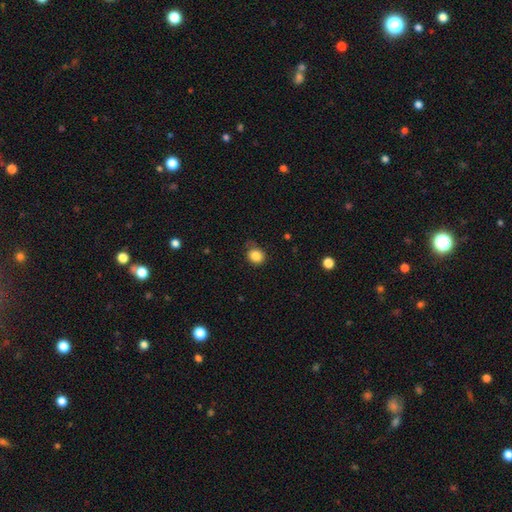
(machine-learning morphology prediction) smooth_or_featured: smooth (p=0.85) [alt: star or artifact p=0.10]
how_rounded: round (p=0.75) [alt: in between p=0.25]
merging: none (p=0.69) [alt: minor disturbance p=0.24]